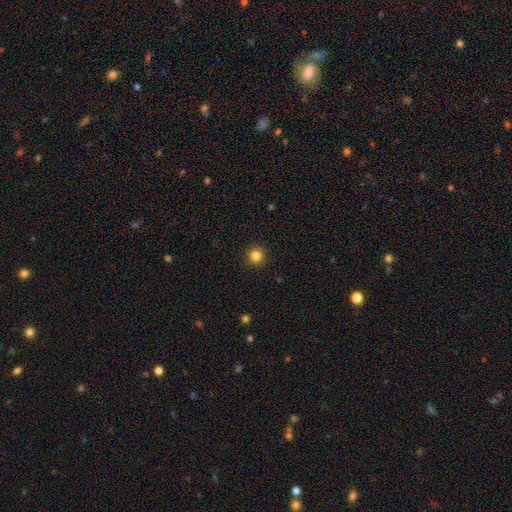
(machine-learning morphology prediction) smooth-or-featured: smooth: 83% | star or artifact: 12% | featured or disk: 4%
  how-rounded: round: 94% | in between: 5% | cigar-shaped: 1%
  merging: none: 93% | minor disturbance: 5% | major disturbance: 2% | merger: 1%